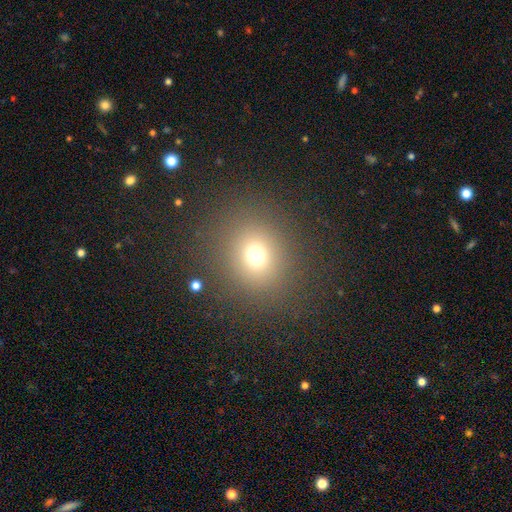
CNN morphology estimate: Overall: smooth (70%). How rounded: round (78%). Merging: none (83%).